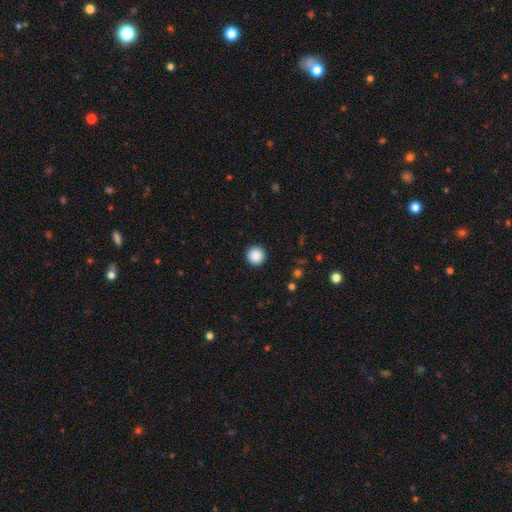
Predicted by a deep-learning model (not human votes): This is clearly a smooth galaxy (89%). How rounded: clearly round (97%). Merging: clearly none (93%).